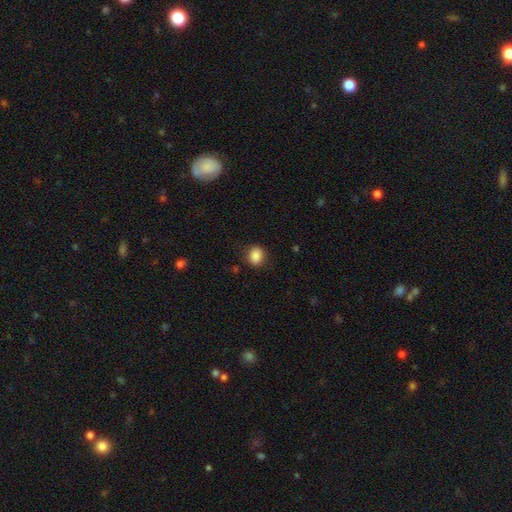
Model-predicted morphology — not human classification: Smooth or featured? Predicted: smooth (p=0.87). How rounded? Predicted: round (p=0.58). Merging? Predicted: none (p=0.84).